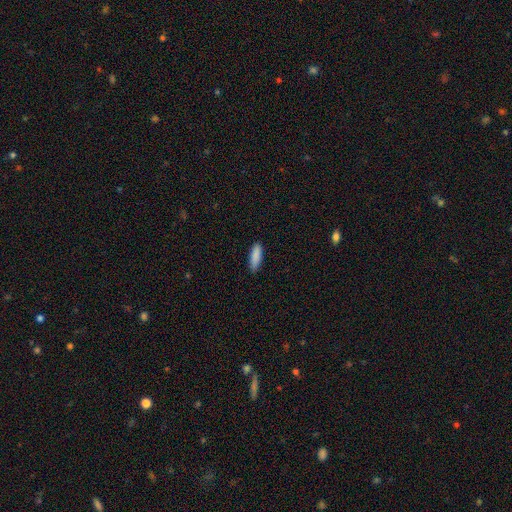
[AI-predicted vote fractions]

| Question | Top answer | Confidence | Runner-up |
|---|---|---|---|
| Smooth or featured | smooth | 88% | star or artifact (6%) |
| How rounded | cigar-shaped | 49% | tied: in between (49%) |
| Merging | none | 86% | minor disturbance (11%) |